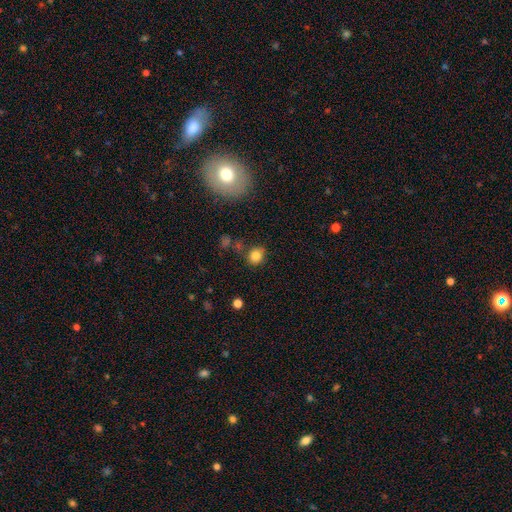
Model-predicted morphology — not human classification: A smooth galaxy with no disk features (82%) that is round (66%).

Vote fractions:
- Smooth or featured? smooth: 82% / star or artifact: 12% / featured or disk: 6%
- How rounded? round: 66% / in between: 33% / cigar-shaped: 1%
- Merging? none: 75% / minor disturbance: 15% / merger: 5% / major disturbance: 5%